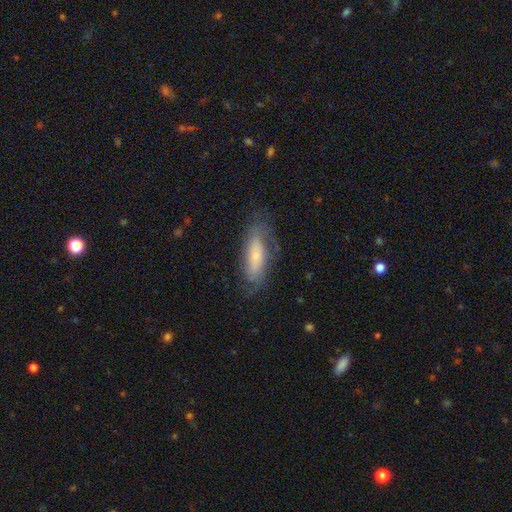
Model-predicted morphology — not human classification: smooth_or_featured: featured or disk (p=0.47) [alt: smooth p=0.46]
merging: none (p=0.66) [alt: minor disturbance p=0.21]